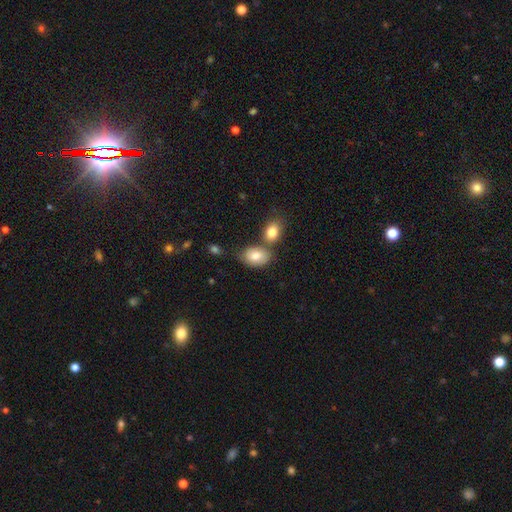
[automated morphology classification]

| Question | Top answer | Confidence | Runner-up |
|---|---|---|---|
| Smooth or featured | smooth | 78% | featured or disk (15%) |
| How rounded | in between | 82% | round (17%) |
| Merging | none | 52% | merger (27%) |